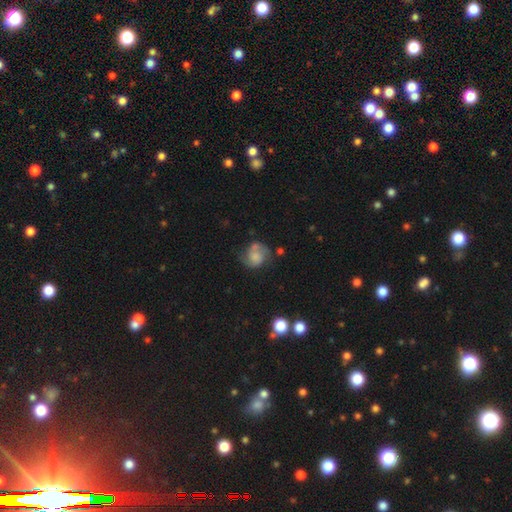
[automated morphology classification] Smooth or featured: featured or disk — 53% (smooth — 38%)
Edge-on disk: no — 98% (yes — 2%)
Bar: no — 71% (weak — 24%)
Spiral arms: yes — 85% (no — 15%)
Bulge size: none — 33% (small — 30%)
Merging: none — 52% (minor disturbance — 25%)